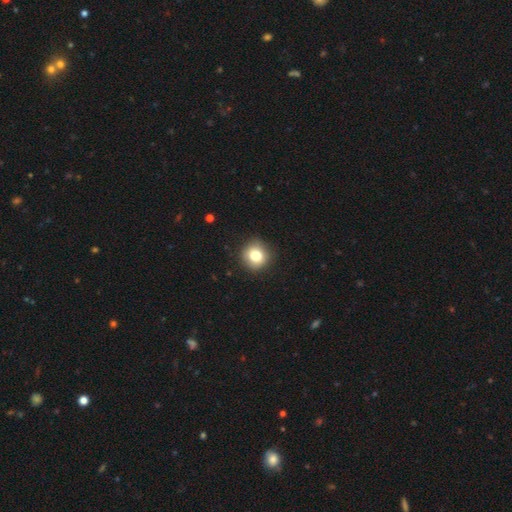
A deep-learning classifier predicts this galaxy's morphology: smooth-or-featured: smooth: 81% | star or artifact: 10% | featured or disk: 9%
  how-rounded: round: 89% | in between: 10% | cigar-shaped: 1%
  merging: none: 87% | minor disturbance: 9% | major disturbance: 2% | merger: 1%